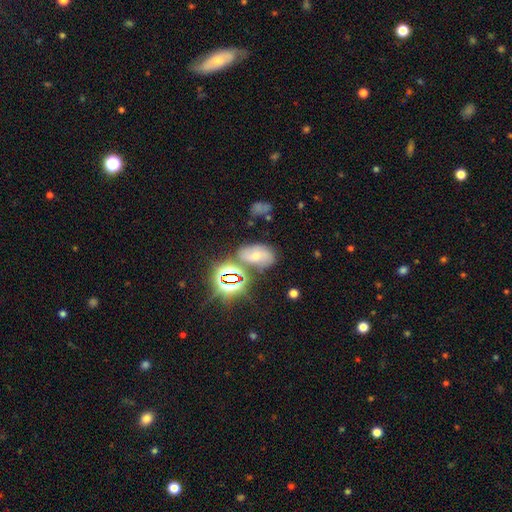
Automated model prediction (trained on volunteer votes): The model was most divided on "smooth or featured": smooth: 39%, featured or disk: 32%, star or artifact: 29%. More confident: merging — none (60%).